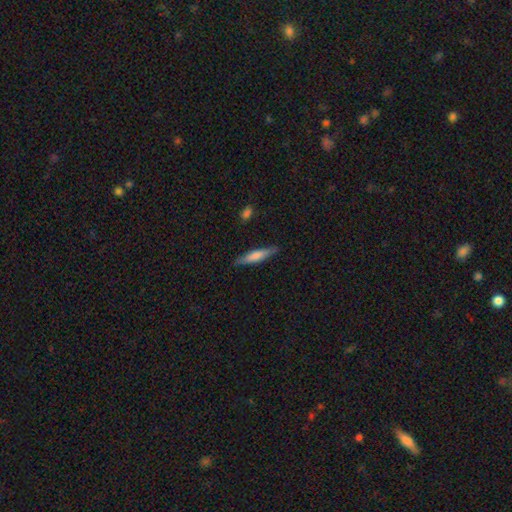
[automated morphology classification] Smooth or featured? Predicted: smooth (p=0.59). How rounded? Predicted: cigar-shaped (p=0.87). Merging? Predicted: none (p=0.86).